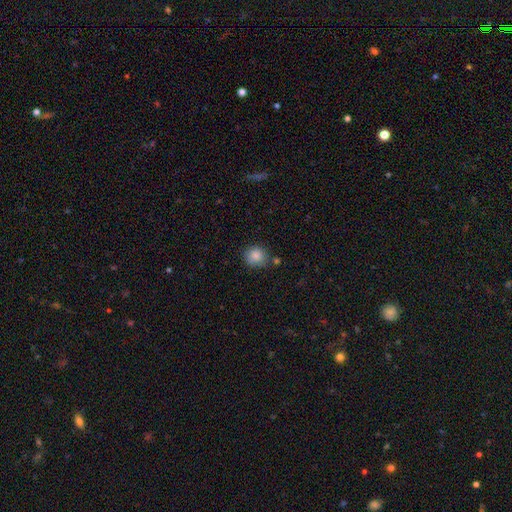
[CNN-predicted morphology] smooth-or-featured: smooth: 86% | star or artifact: 9% | featured or disk: 5%
  how-rounded: round: 87% | in between: 12% | cigar-shaped: 1%
  merging: none: 74% | minor disturbance: 16% | merger: 7% | major disturbance: 4%